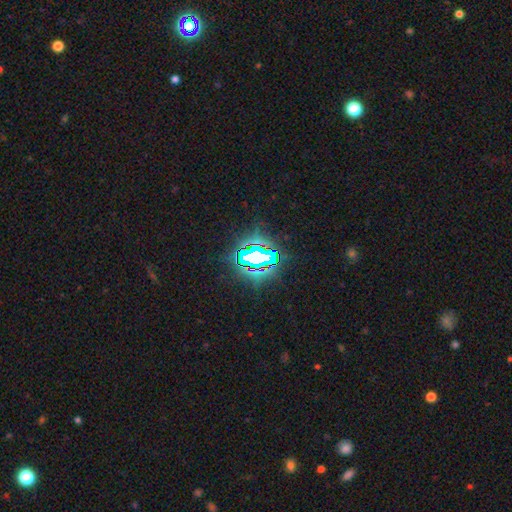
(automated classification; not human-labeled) smooth_or_featured: star or artifact (p=0.72) [alt: smooth p=0.15]